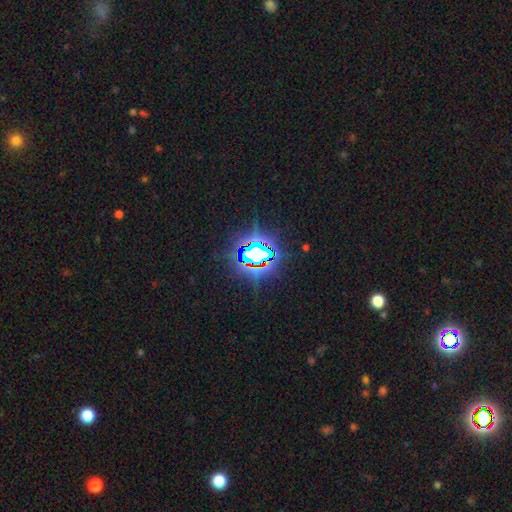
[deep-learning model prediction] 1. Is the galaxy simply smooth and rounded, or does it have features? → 78% star or artifact, 11% smooth, 11% featured or disk.